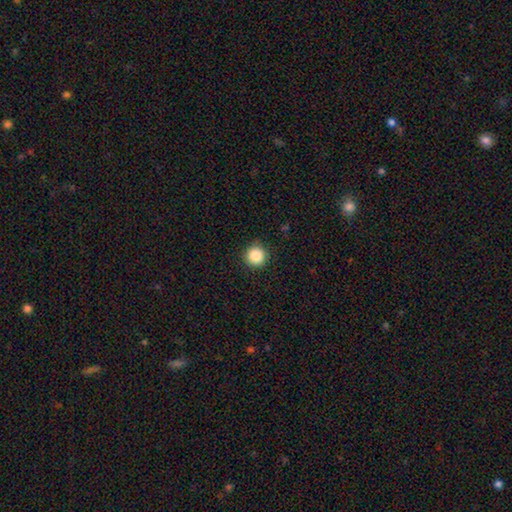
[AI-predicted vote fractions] smooth_or_featured: smooth (p=0.86) [alt: star or artifact p=0.10]
how_rounded: round (p=0.96) [alt: in between p=0.03]
merging: none (p=0.90) [alt: minor disturbance p=0.07]